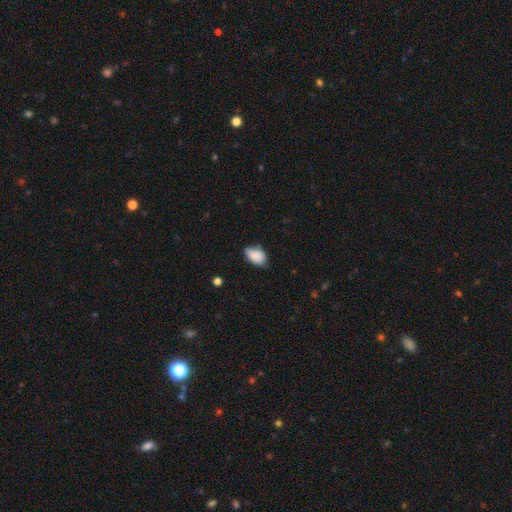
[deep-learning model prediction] Smooth or featured? smooth (86%)
How rounded? in between (90%)
Merging? none (56%)